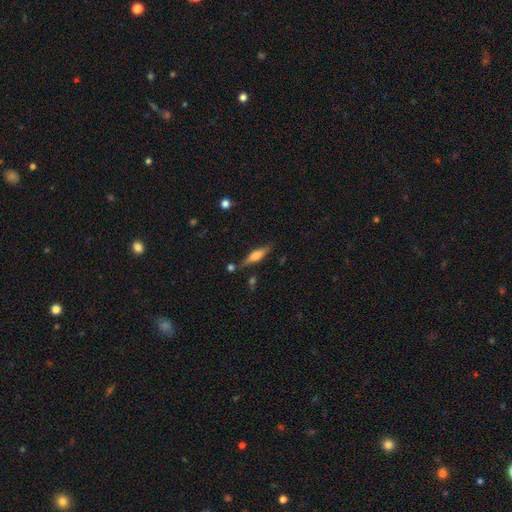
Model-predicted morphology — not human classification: smooth 52%, featured or disk 40%, star or artifact 7%. Down the decision tree: how rounded — cigar-shaped (67%); merging — none (73%).